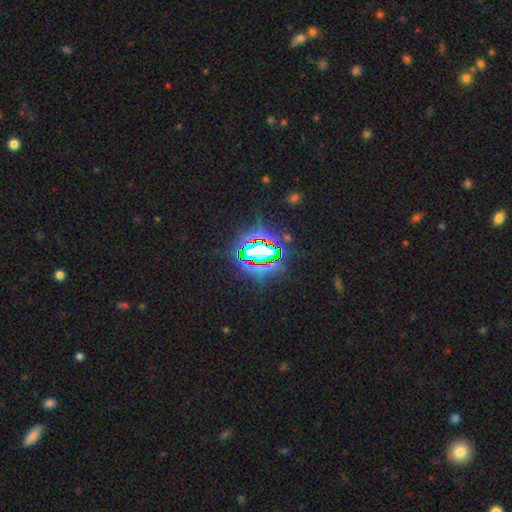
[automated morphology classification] This appears to be a star or artifact, not a galaxy (82%).